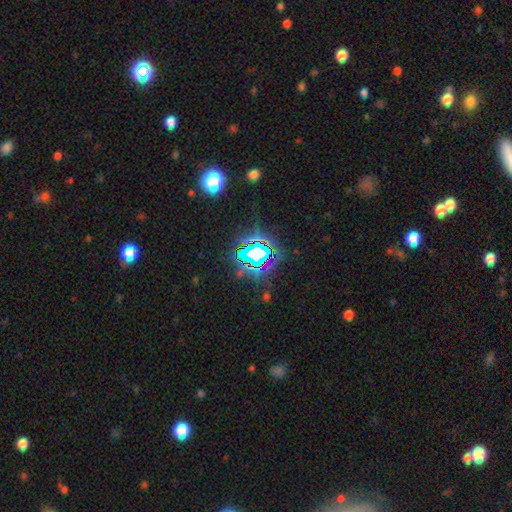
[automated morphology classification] Overall: star or artifact (72%).